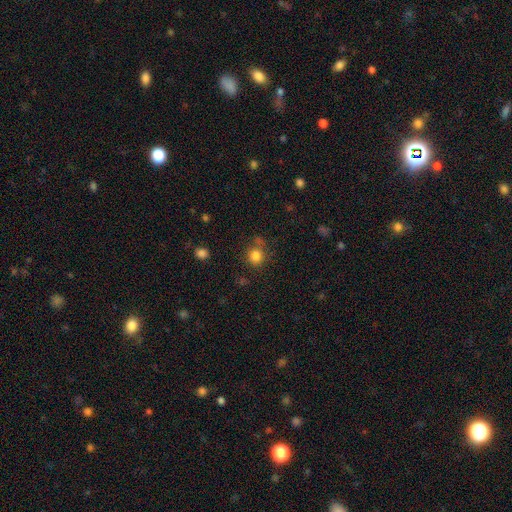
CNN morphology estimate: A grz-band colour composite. It shows a smooth galaxy with no disk features (83%) that is round (90%). Merging: none (74%).